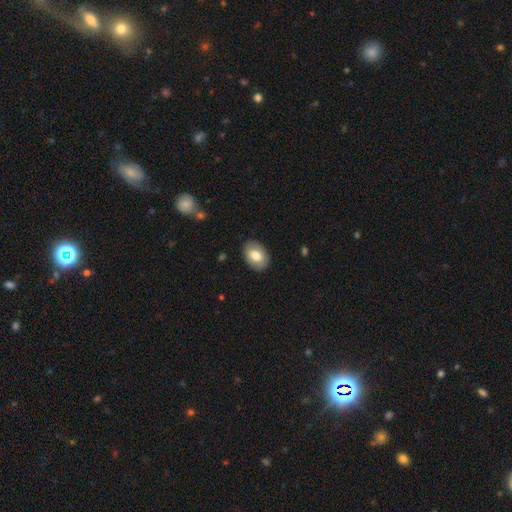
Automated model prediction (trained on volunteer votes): Smooth or featured?
  - smooth: 75% *
  - featured or disk: 18%
  - star or artifact: 6%
How rounded?
  - in between: 83% *
  - round: 16%
  - cigar-shaped: 1%
Merging?
  - none: 87% *
  - minor disturbance: 9%
  - major disturbance: 2%
  - merger: 1%